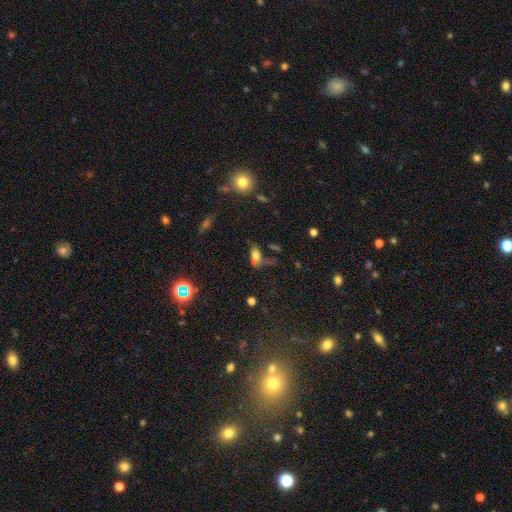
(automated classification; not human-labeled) The model was most divided on "merging": none: 42%, minor disturbance: 23%, major disturbance: 21%, merger: 14%. More confident: how rounded — in between (81%); smooth or featured — smooth (64%).